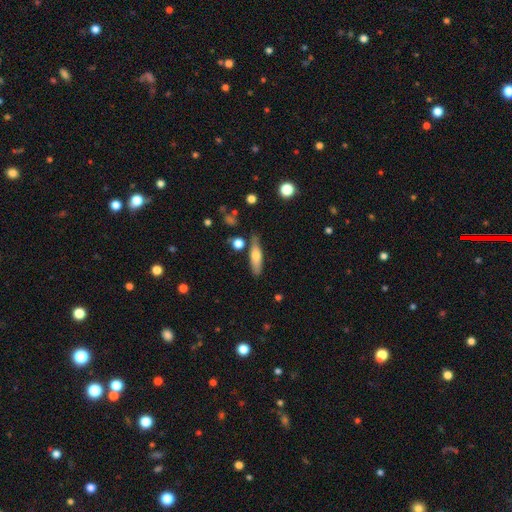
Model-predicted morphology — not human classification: Overall: smooth (65%; featured or disk 29%). How rounded: cigar-shaped (62%; in between 35%). Merging: none (74%).